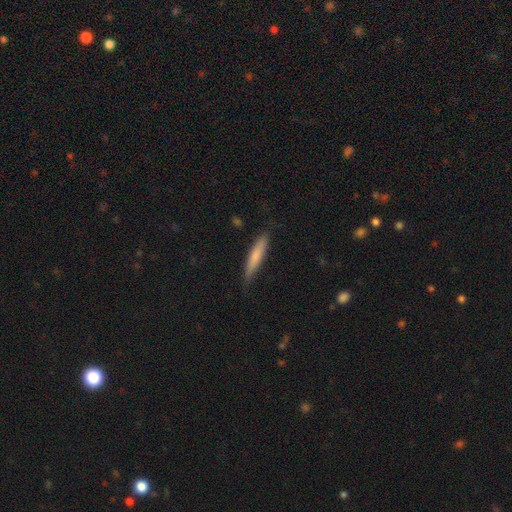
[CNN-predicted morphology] smooth 72%, featured or disk 22%, star or artifact 5%. Down the decision tree: how rounded — cigar-shaped (89%); merging — none (81%).